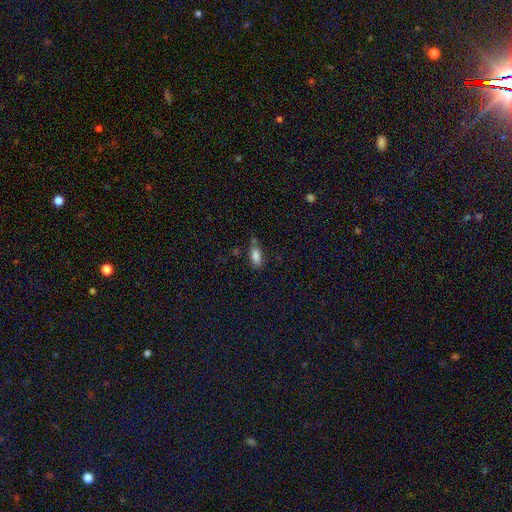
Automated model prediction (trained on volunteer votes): The model was most divided on "merging": none: 63%, minor disturbance: 20%, merger: 11%, major disturbance: 6%. More confident: how rounded — in between (88%); smooth or featured — smooth (84%).